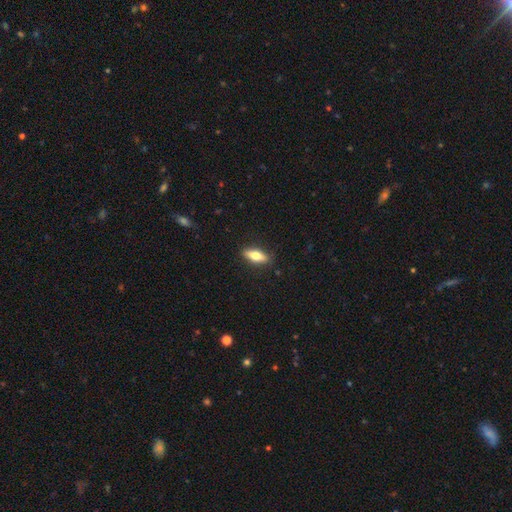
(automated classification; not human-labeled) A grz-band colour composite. It shows a smooth galaxy with no disk features (64%) that is in between round and cigar-shaped (63%). Merging: none (87%).